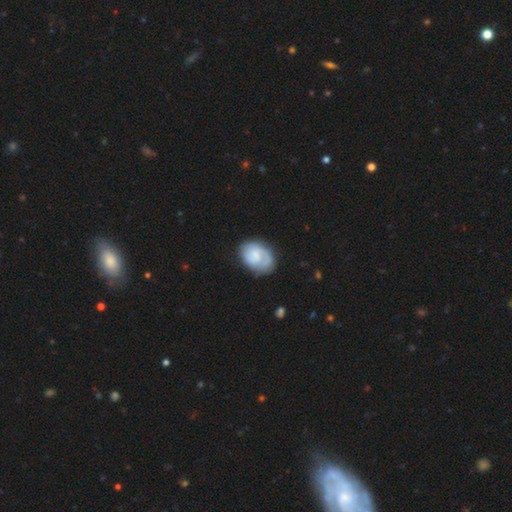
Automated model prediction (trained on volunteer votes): This appears to be a featured or disk galaxy (48%). Merging: none (65%).